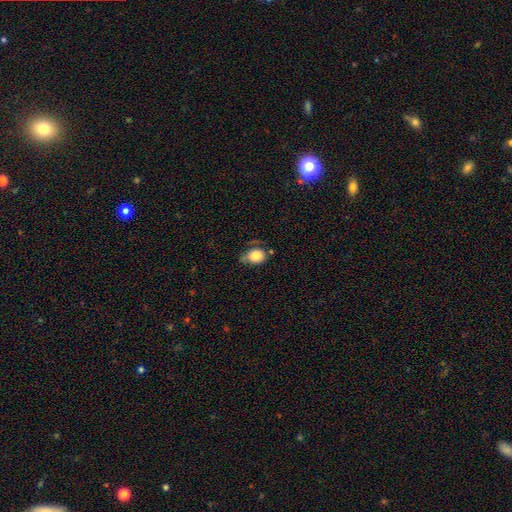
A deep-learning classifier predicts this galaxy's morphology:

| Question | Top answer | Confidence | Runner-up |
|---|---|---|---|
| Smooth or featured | smooth | 80% | featured or disk (11%) |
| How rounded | in between | 56% | round (42%) |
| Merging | none | 50% | minor disturbance (32%) |